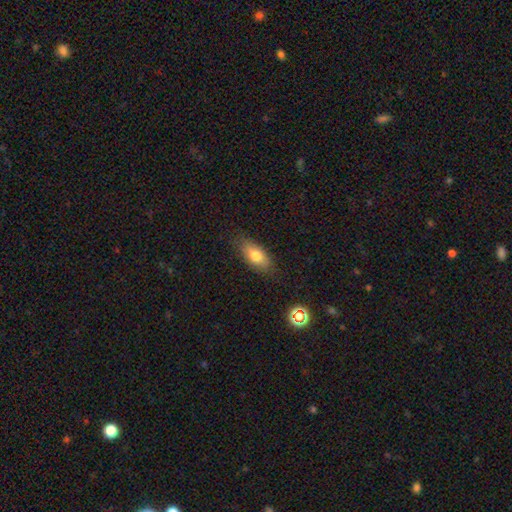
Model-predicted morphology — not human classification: This is likely a smooth galaxy (75%). How rounded: clearly in between (84%). Merging: clearly none (82%).